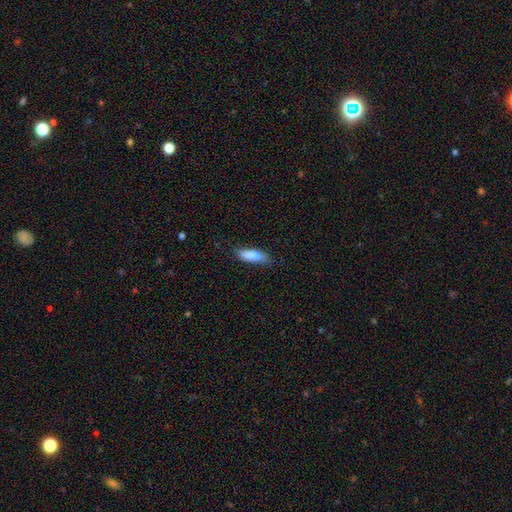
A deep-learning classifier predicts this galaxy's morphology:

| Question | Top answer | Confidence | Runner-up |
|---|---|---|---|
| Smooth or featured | smooth | 84% | featured or disk (9%) |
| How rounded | in between | 50% | cigar-shaped (48%) |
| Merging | none | 68% | minor disturbance (25%) |